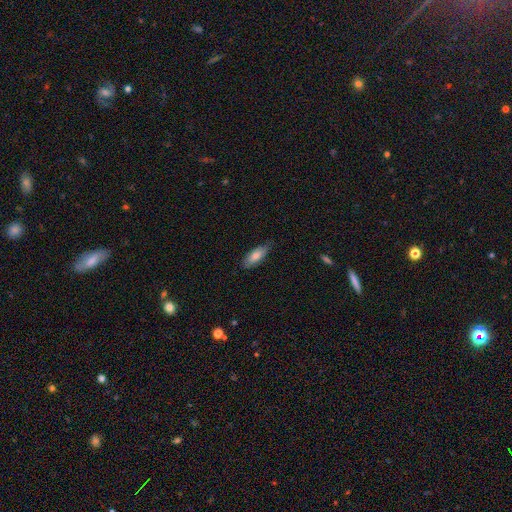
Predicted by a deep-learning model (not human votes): A smooth galaxy with no disk features (76%) that is in between round and cigar-shaped (65%). Merging: none (78%).